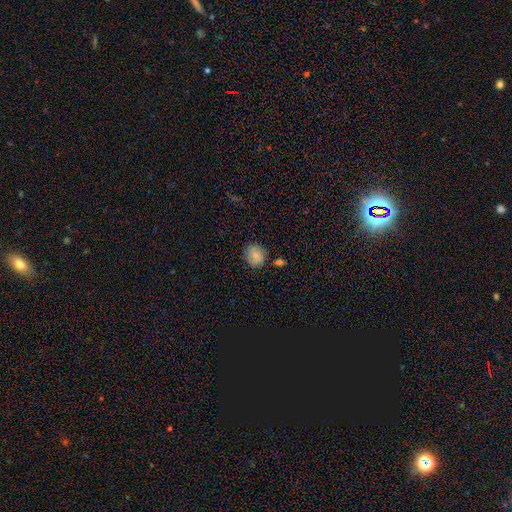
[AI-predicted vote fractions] smooth 81%, featured or disk 11%, star or artifact 8%. Down the decision tree: how rounded — round (78%); merging — none (79%).